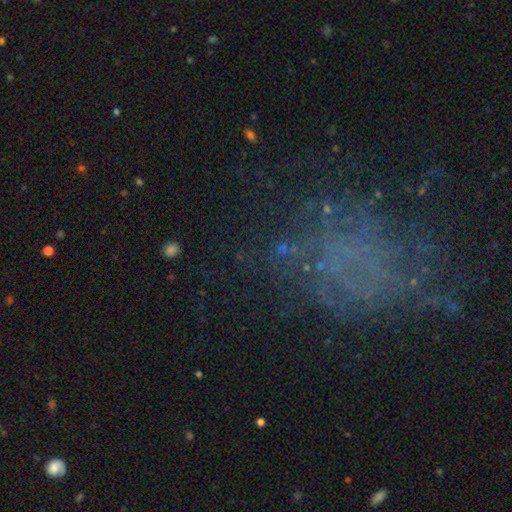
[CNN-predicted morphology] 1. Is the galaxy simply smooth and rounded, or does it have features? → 39% featured or disk, 37% star or artifact, 24% smooth.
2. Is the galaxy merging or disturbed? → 54% none, 27% major disturbance, 15% minor disturbance, 4% merger.